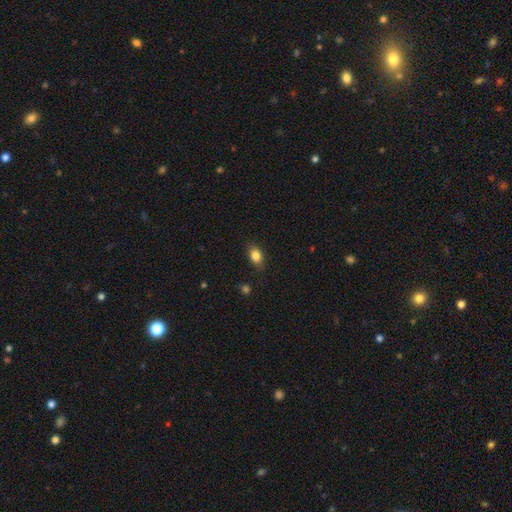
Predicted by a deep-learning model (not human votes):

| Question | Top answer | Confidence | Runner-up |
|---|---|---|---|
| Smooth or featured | smooth | 84% | star or artifact (9%) |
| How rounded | in between | 78% | round (19%) |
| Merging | none | 83% | minor disturbance (13%) |